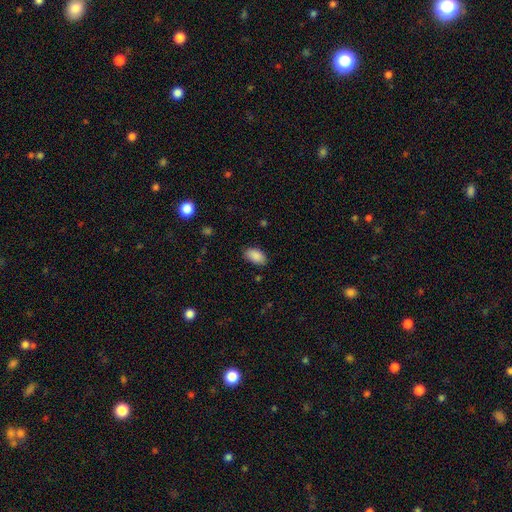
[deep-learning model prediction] A smooth galaxy with no disk features (89%) that is in between round and cigar-shaped (94%). Merging: none (84%).